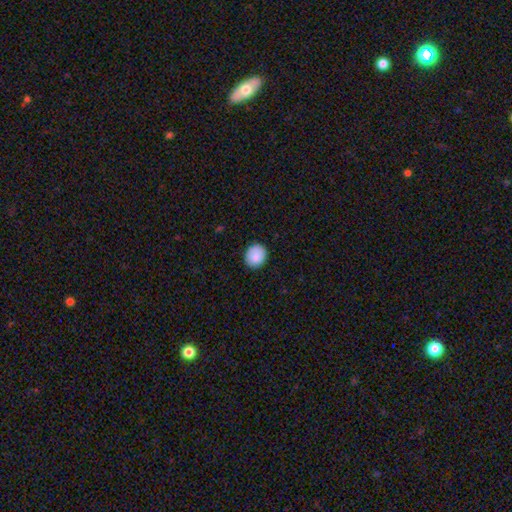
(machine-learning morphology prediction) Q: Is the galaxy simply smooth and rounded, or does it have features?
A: smooth — 87%.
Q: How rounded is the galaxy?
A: round — 76%.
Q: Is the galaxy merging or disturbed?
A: none — 88%.